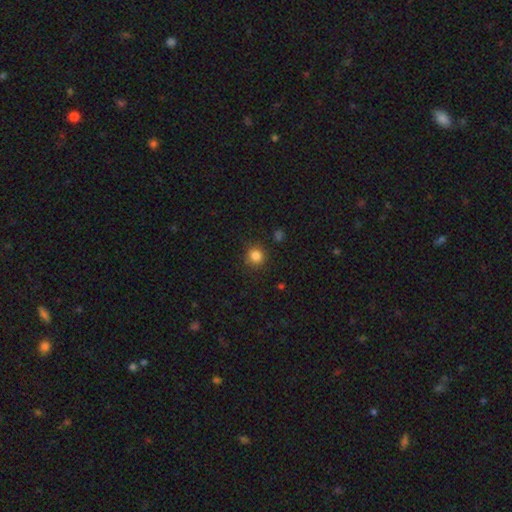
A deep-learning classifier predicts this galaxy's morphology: This is clearly a smooth galaxy (83%). How rounded: clearly round (93%). Merging: clearly none (88%).